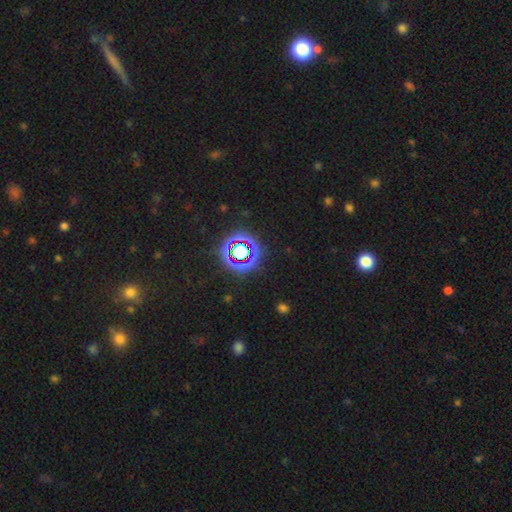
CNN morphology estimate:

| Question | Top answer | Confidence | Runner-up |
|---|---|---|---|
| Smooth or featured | star or artifact | 74% | smooth (18%) |